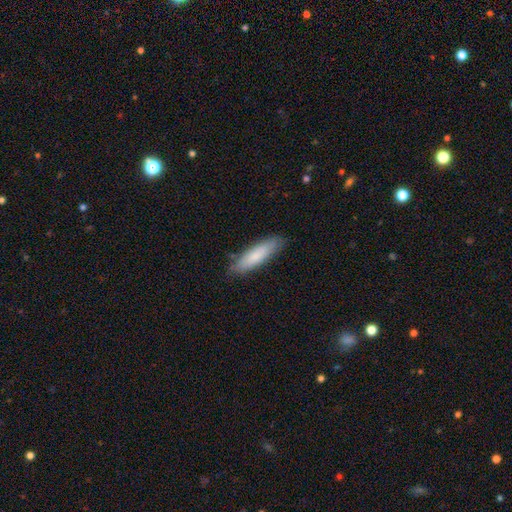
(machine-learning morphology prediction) Smooth or featured?
  - smooth: 78% *
  - featured or disk: 16%
  - star or artifact: 6%
How rounded?
  - cigar-shaped: 68% *
  - in between: 30%
  - round: 1%
Merging?
  - none: 83% *
  - minor disturbance: 14%
  - major disturbance: 2%
  - merger: 1%